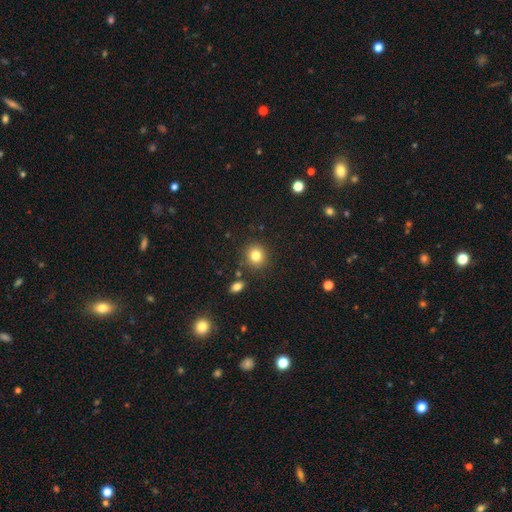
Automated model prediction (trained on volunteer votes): Smooth or featured: smooth — 82% (star or artifact — 11%)
How rounded: round — 85% (in between — 14%)
Merging: none — 86% (minor disturbance — 8%)